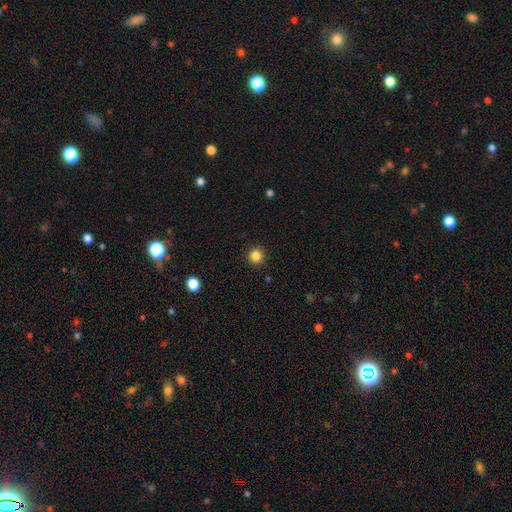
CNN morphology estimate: Q: Smooth or featured?
A: smooth (85%); runner-up: star or artifact (12%)
Q: How rounded?
A: round (94%); runner-up: in between (5%)
Q: Merging?
A: none (92%); runner-up: minor disturbance (5%)